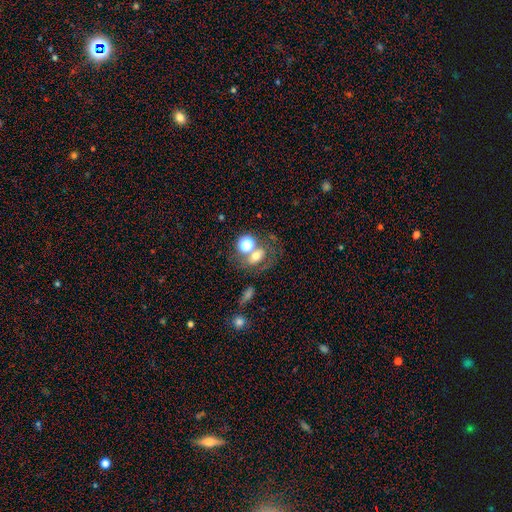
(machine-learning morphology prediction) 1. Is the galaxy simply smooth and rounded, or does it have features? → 51% smooth, 27% featured or disk, 21% star or artifact.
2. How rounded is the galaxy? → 54% in between, 43% round, 2% cigar-shaped.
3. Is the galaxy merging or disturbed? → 43% none, 33% merger, 13% minor disturbance, 11% major disturbance.